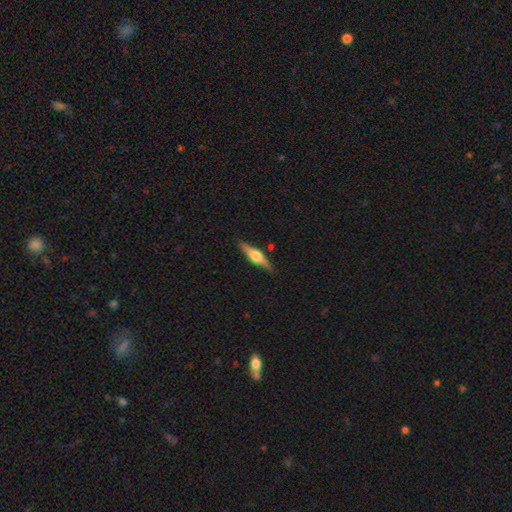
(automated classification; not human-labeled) smooth-or-featured: featured or disk: 71% | smooth: 24% | star or artifact: 5%
  disk-edge-on: yes: 97% | no: 3%
    edge-on-bulge: rounded: 91% | boxy: 8% | none: 2%
  merging: none: 87% | minor disturbance: 9% | major disturbance: 2% | merger: 2%